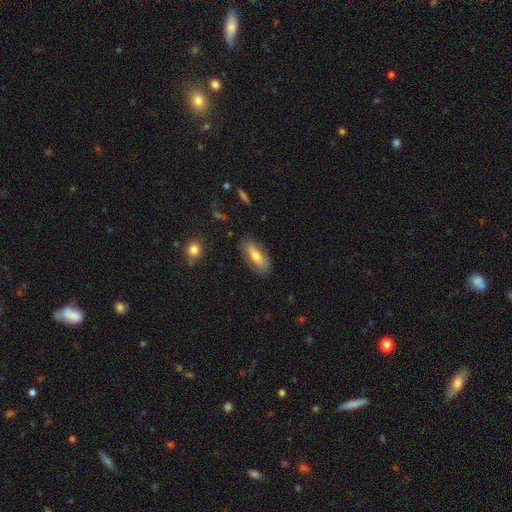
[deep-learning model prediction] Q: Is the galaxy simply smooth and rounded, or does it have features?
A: smooth — 60%.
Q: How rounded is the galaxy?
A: in between — 65%.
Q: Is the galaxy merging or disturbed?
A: none — 84%.